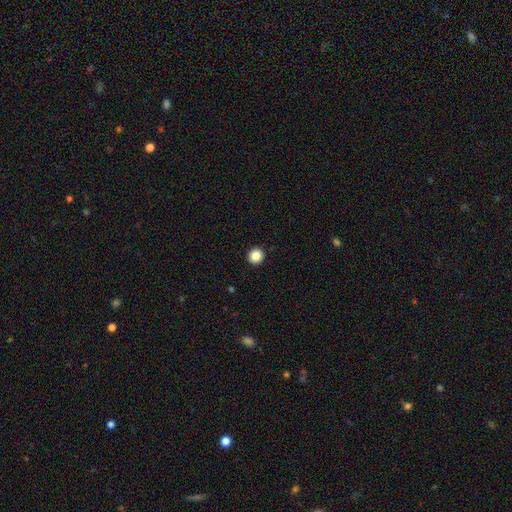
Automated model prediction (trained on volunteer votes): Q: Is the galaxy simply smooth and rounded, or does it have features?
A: smooth — 86%.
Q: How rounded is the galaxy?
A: round — 95%.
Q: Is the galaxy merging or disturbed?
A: none — 94%.